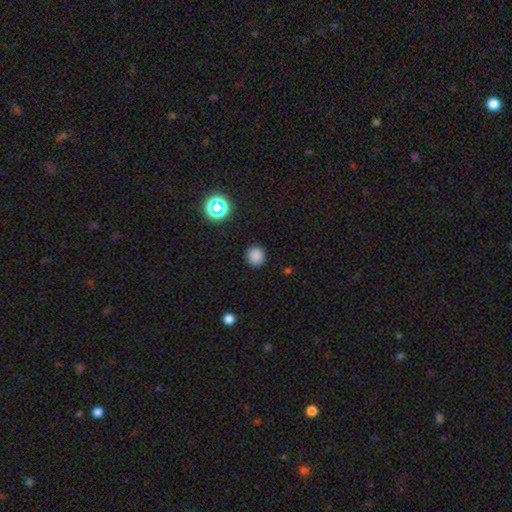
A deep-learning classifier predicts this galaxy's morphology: type=smooth (82%); roundness=round (91%); merging=none (90%).